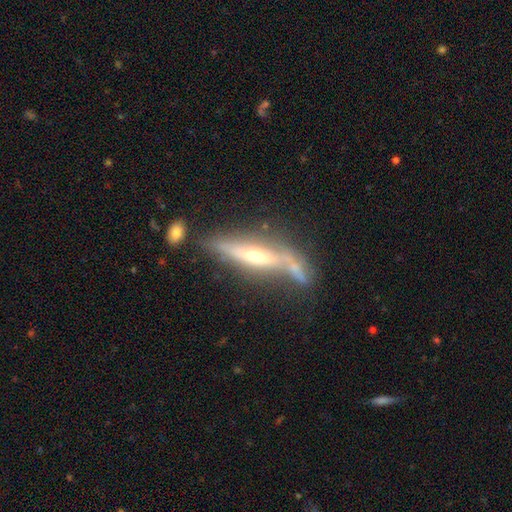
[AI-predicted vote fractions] This appears to be a featured or disk galaxy (75%) viewed edge-on (87%) with a rounded central bulge (82%). Merging: none (51%).